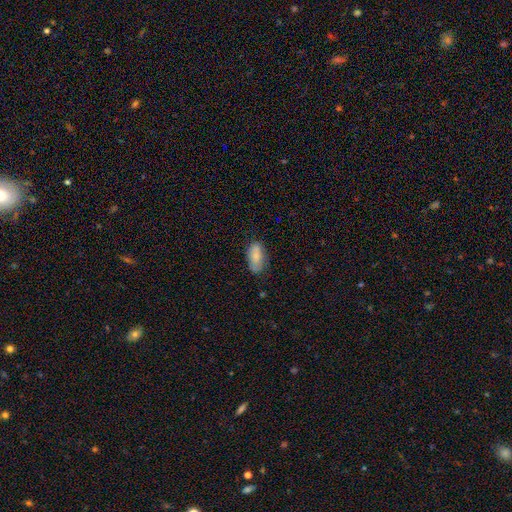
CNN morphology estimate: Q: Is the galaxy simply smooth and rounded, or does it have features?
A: smooth — 82%.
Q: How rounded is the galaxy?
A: in between — 89%.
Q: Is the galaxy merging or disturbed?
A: none — 70%.